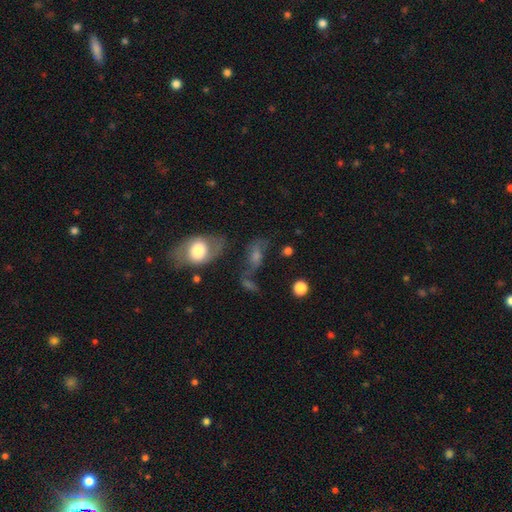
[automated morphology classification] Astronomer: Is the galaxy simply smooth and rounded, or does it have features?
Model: smooth — 45% (runner-up: featured or disk, 34%).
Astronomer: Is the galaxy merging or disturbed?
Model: none — 47%.